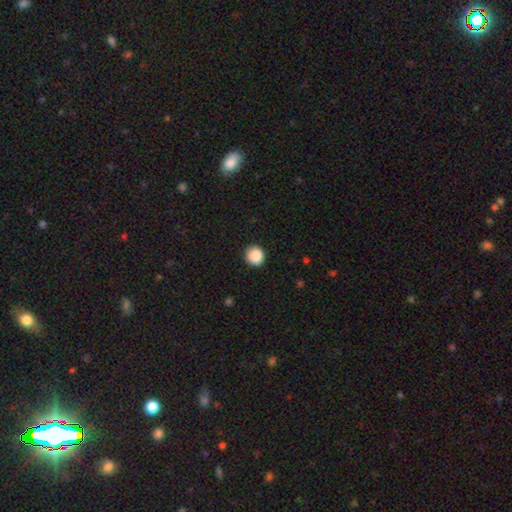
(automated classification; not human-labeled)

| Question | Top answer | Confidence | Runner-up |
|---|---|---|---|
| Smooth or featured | smooth | 89% | star or artifact (9%) |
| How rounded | round | 92% | in between (7%) |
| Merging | none | 91% | minor disturbance (6%) |